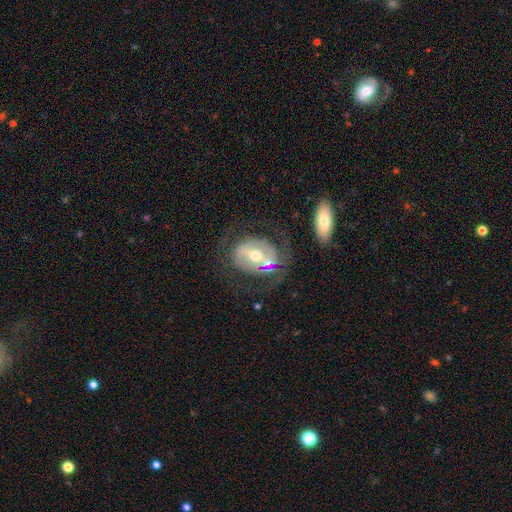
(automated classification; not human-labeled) Smooth or featured? Predicted: featured or disk (p=0.72). Edge-on disk? Predicted: no (p=0.95). Bar? Predicted: weak (p=0.36, tied with strong). Spiral arms? Predicted: yes (p=0.64). Bulge size? Predicted: moderate (p=0.64). Merging? Predicted: none (p=0.52).